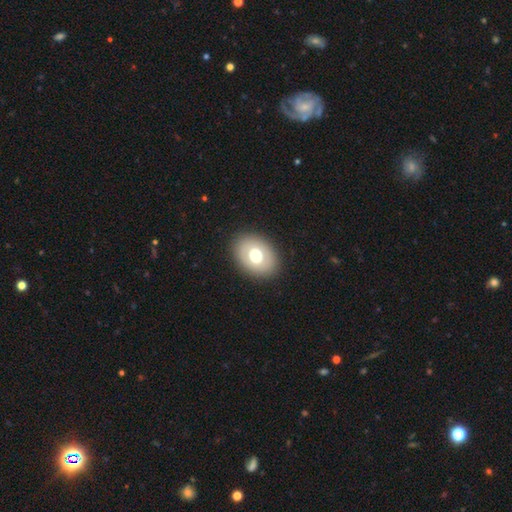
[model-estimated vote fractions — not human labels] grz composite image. It shows a smooth galaxy with no disk features (67%) that is in between round and cigar-shaped (70%). Merging: none (88%).